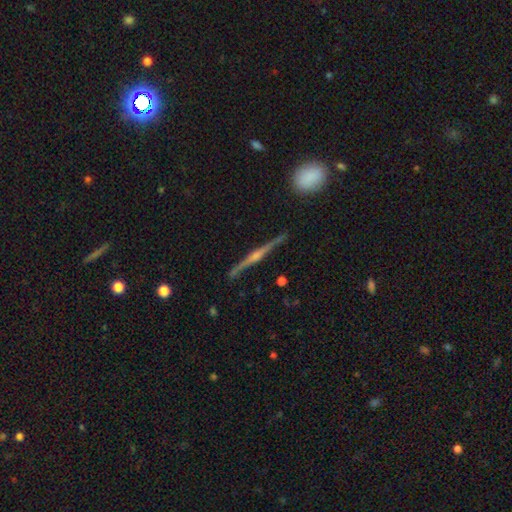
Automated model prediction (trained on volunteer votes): The model was most divided on "smooth or featured": featured or disk: 86%, smooth: 9%, star or artifact: 5%. More confident: edge-on disk — yes (98%); merging — none (89%); edge-on bulge — rounded (87%).